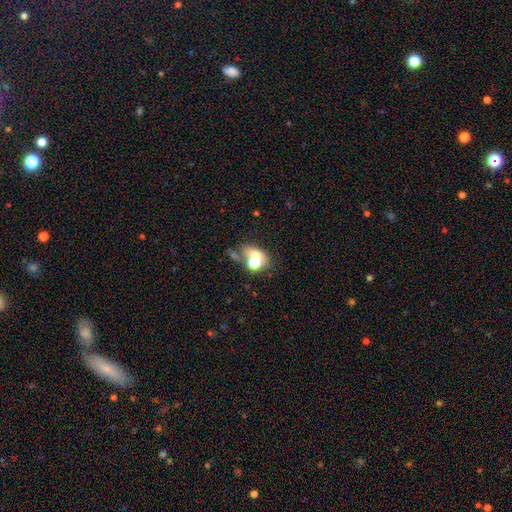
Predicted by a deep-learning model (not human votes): This appears to be a smooth galaxy with no disk features (56%) that is in between round and cigar-shaped (55%). Merging: merger (49%).